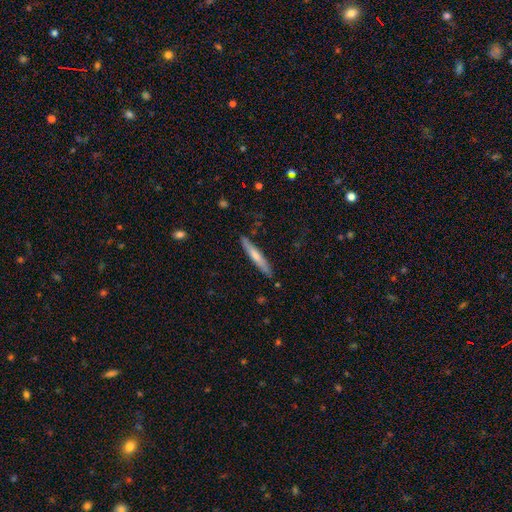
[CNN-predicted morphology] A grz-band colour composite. It shows a smooth galaxy with no disk features (62%) that is cigar-shaped (93%). Merging: none (85%).